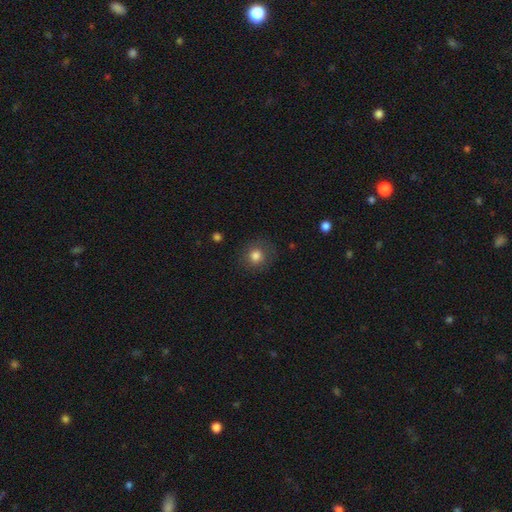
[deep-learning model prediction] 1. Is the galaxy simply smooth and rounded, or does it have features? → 80% smooth, 11% star or artifact, 9% featured or disk.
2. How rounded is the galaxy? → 85% round, 14% in between, 1% cigar-shaped.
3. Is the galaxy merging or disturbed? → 81% none, 13% minor disturbance, 5% major disturbance, 1% merger.